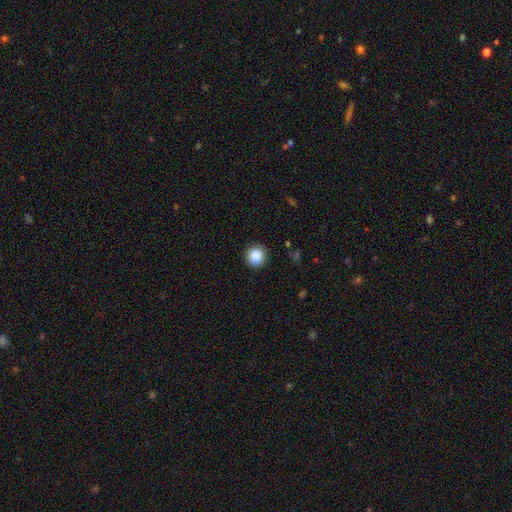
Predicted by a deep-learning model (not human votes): A smooth galaxy with no disk features (87%) that is round (92%). Merging: none (91%).